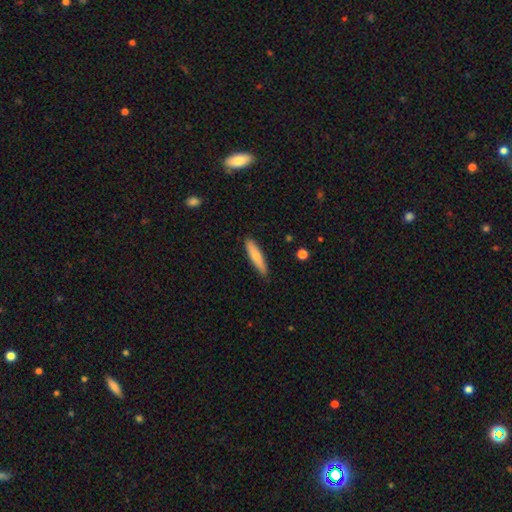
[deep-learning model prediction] Smooth or featured: smooth — 71% (featured or disk — 23%)
How rounded: cigar-shaped — 82% (in between — 17%)
Merging: none — 85% (minor disturbance — 12%)